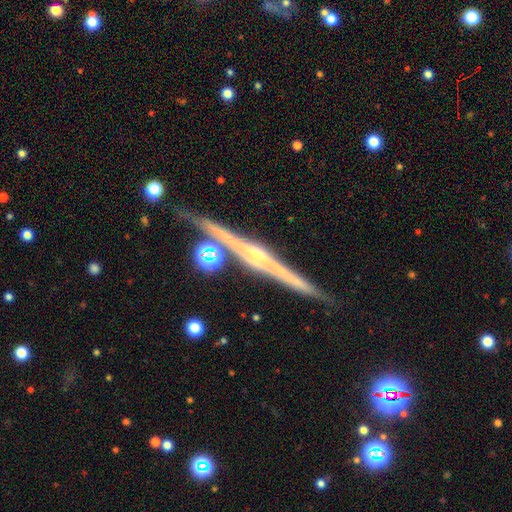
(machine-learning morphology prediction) Smooth or featured? featured or disk (87%)
Edge-on disk? yes (98%)
Edge-on bulge? rounded (82%)
Merging? none (84%)